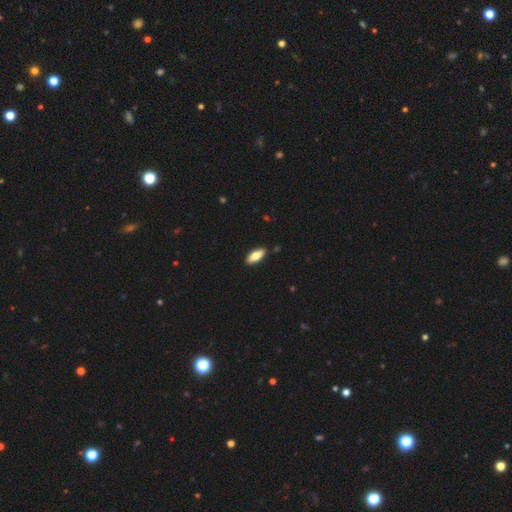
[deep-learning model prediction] smooth_or_featured: smooth (p=0.76) [alt: featured or disk p=0.18]
how_rounded: in between (p=0.77) [alt: cigar-shaped p=0.21]
merging: none (p=0.89) [alt: minor disturbance p=0.08]